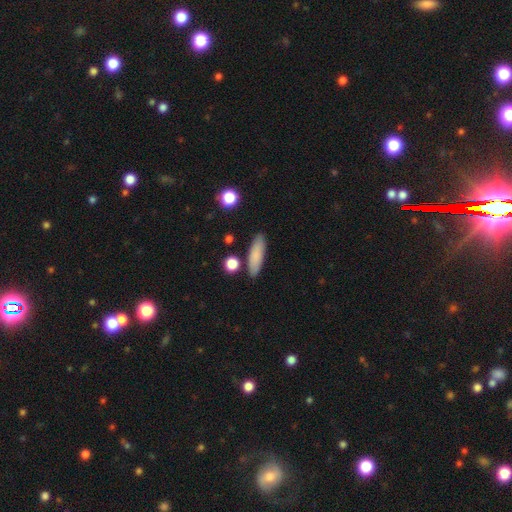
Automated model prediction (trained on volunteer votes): Smooth or featured?
  - smooth: 83% *
  - featured or disk: 10%
  - star or artifact: 7%
How rounded?
  - cigar-shaped: 55% *
  - in between: 42%
  - round: 3%
Merging?
  - none: 84% *
  - minor disturbance: 9%
  - merger: 4%
  - major disturbance: 2%